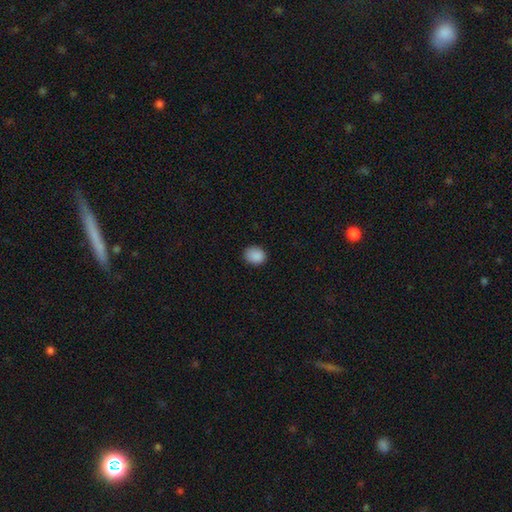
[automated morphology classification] Q: Smooth or featured?
A: smooth (88%); runner-up: star or artifact (9%)
Q: How rounded?
A: round (56%); runner-up: in between (43%)
Q: Merging?
A: none (86%); runner-up: minor disturbance (11%)